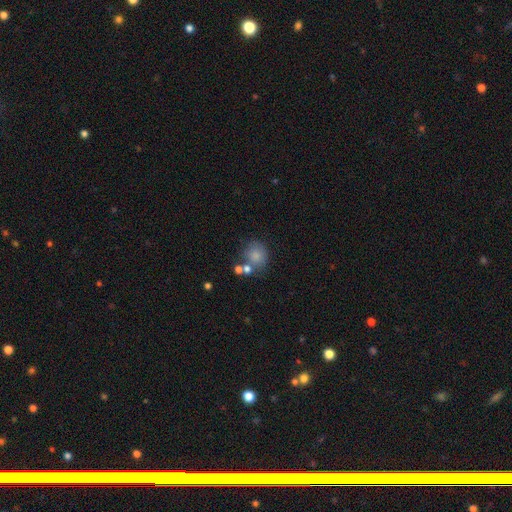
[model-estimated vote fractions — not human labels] smooth_or_featured: smooth (p=0.79) [alt: star or artifact p=0.11]
how_rounded: round (p=0.84) [alt: in between p=0.15]
merging: none (p=0.62) [alt: merger p=0.19]